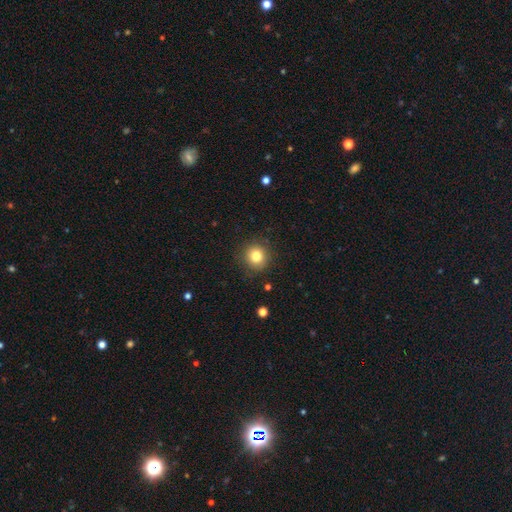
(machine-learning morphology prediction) This appears to be a smooth galaxy with no disk features (81%) that is round (91%). Merging: none (89%).